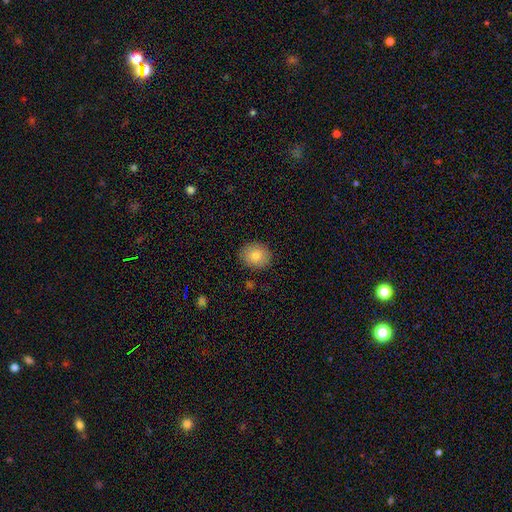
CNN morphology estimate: Smooth or featured? Predicted: smooth (p=0.83). How rounded? Predicted: round (p=0.69). Merging? Predicted: none (p=0.87).